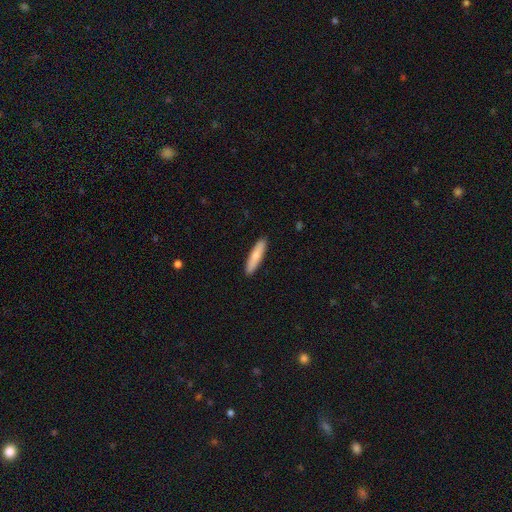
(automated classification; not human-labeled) Smooth or featured? Predicted: smooth (p=0.79). How rounded? Predicted: cigar-shaped (p=0.84). Merging? Predicted: none (p=0.91).